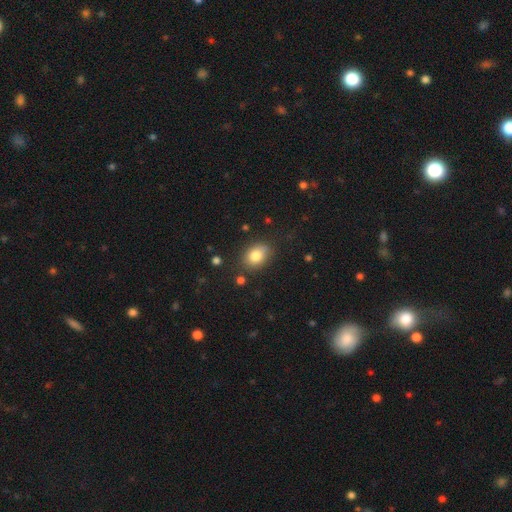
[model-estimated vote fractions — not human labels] This is clearly a smooth galaxy (81%). How rounded: likely in between (70%). Merging: likely none (79%).